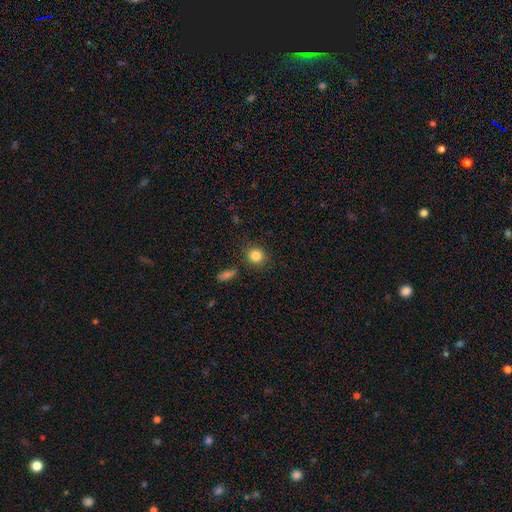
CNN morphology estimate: smooth-or-featured: smooth: 84% | star or artifact: 11% | featured or disk: 6%
  how-rounded: round: 86% | in between: 13% | cigar-shaped: 1%
  merging: none: 85% | minor disturbance: 9% | merger: 4% | major disturbance: 3%